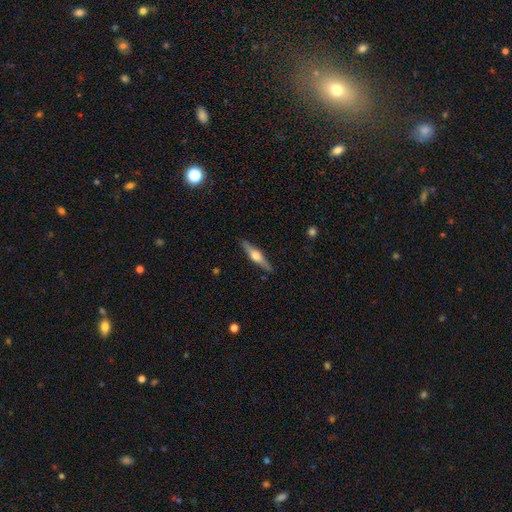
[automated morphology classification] Q: Smooth or featured?
A: featured or disk (65%); runner-up: smooth (29%)
Q: Edge-on disk?
A: yes (97%); runner-up: no (3%)
Q: Edge-on bulge?
A: rounded (92%); runner-up: boxy (6%)
Q: Merging?
A: none (89%); runner-up: minor disturbance (8%)